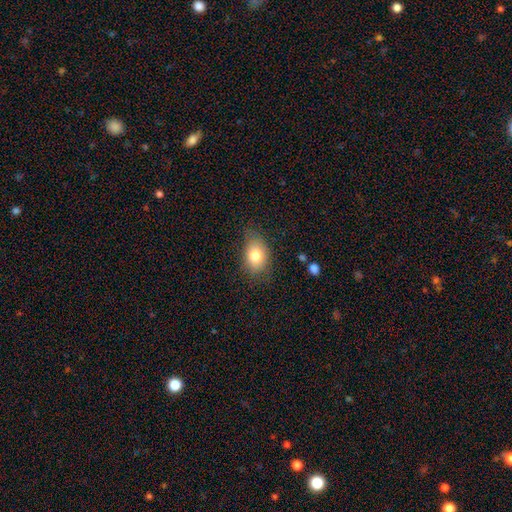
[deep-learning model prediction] smooth_or_featured: smooth (p=0.79) [alt: featured or disk p=0.12]
how_rounded: in between (p=0.79) [alt: round p=0.20]
merging: none (p=0.71) [alt: minor disturbance p=0.22]